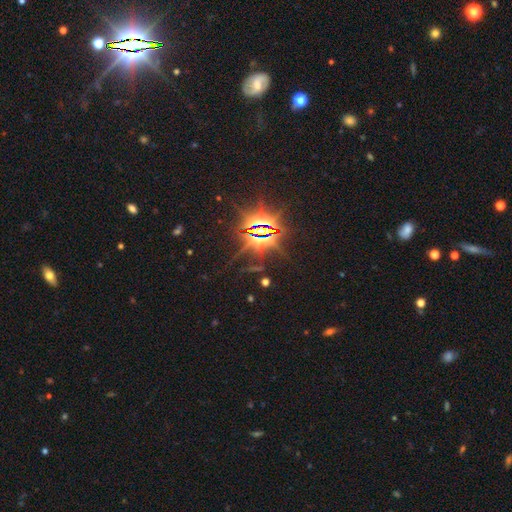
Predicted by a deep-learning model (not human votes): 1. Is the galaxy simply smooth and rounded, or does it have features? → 85% star or artifact, 8% smooth, 6% featured or disk.